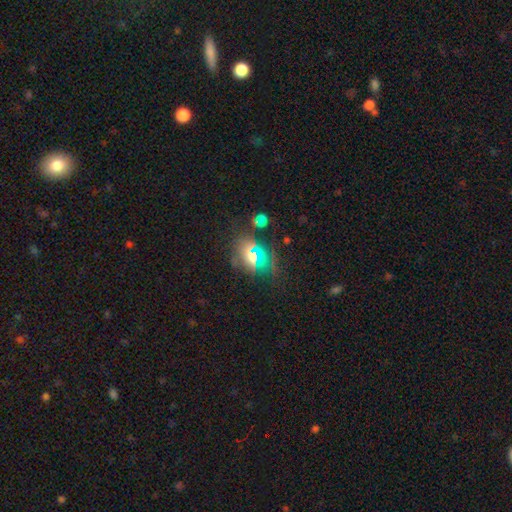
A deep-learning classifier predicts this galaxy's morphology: smooth 46%, star or artifact 31%, featured or disk 23%. Down the decision tree: merging — none (66%).